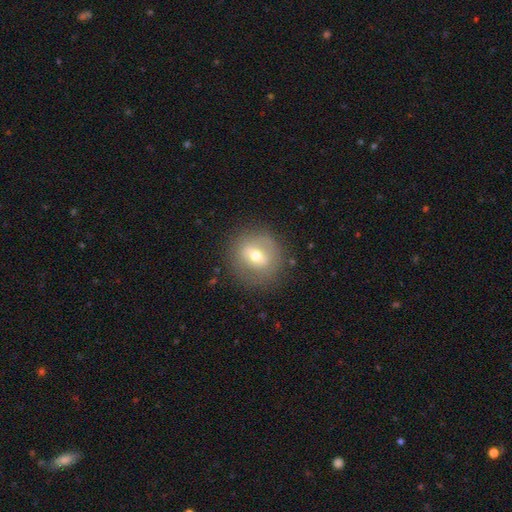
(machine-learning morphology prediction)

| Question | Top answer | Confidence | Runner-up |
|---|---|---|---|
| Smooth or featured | smooth | 50% | featured or disk (40%) |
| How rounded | round | 86% | in between (13%) |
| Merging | none | 80% | minor disturbance (12%) |